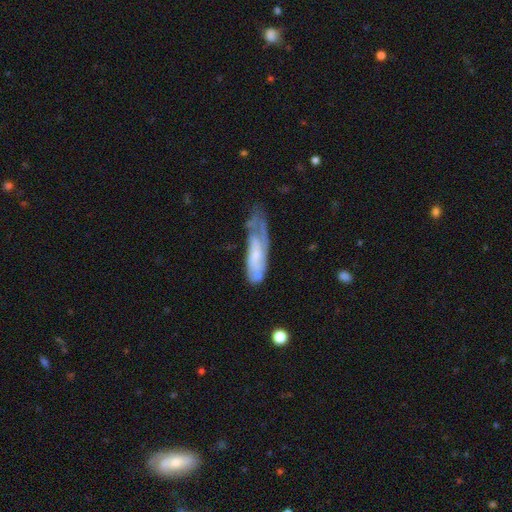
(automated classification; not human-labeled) Smooth or featured? Predicted: featured or disk (p=0.55). Edge-on disk? Predicted: no (p=0.75). Merging? Predicted: none (p=0.32, tied with major disturbance).